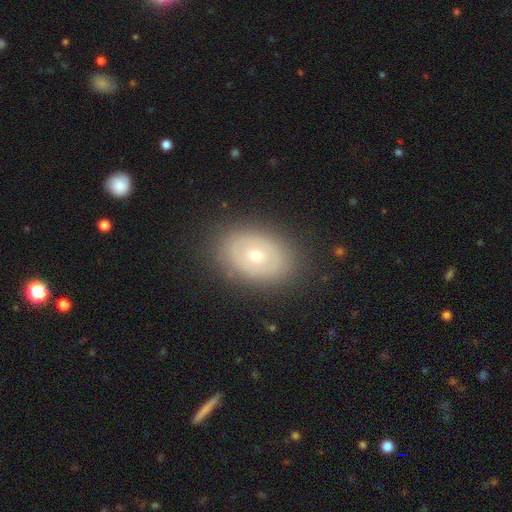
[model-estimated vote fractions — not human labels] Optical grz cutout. It shows a featured or disk galaxy (50%). Merging: none (84%).